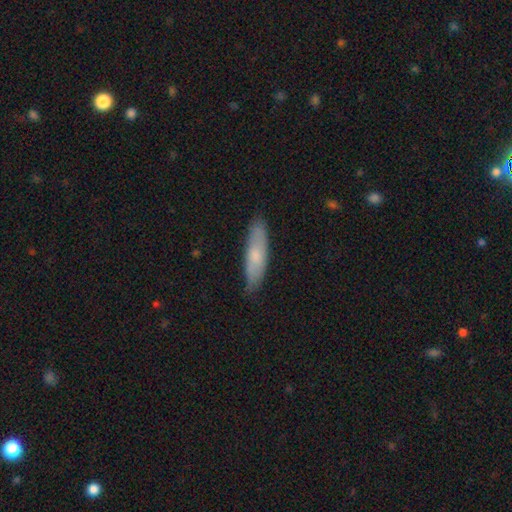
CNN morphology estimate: smooth_or_featured: smooth (p=0.70) [alt: featured or disk p=0.25]
how_rounded: cigar-shaped (p=0.66) [alt: in between p=0.32]
merging: none (p=0.83) [alt: minor disturbance p=0.13]